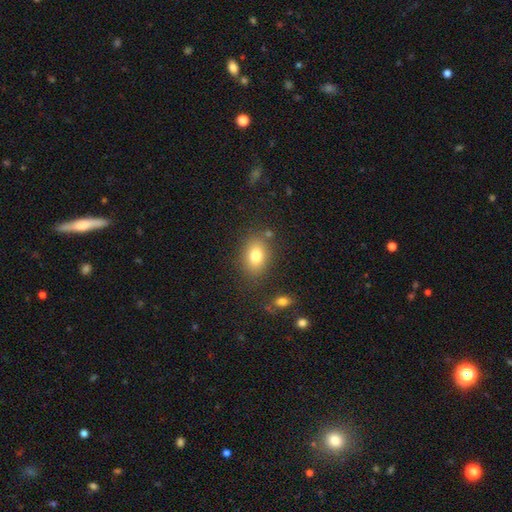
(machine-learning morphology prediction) A smooth galaxy with no disk features (79%) that is in between round and cigar-shaped (74%). Merging: none (79%).